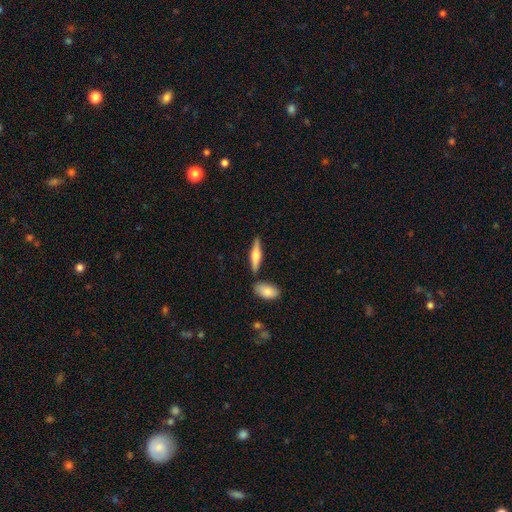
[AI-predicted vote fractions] smooth_or_featured: featured or disk (p=0.51) [alt: smooth p=0.43]
disk_edge_on: yes (p=0.95) [alt: no p=0.05]
merging: none (p=0.79) [alt: minor disturbance p=0.10]